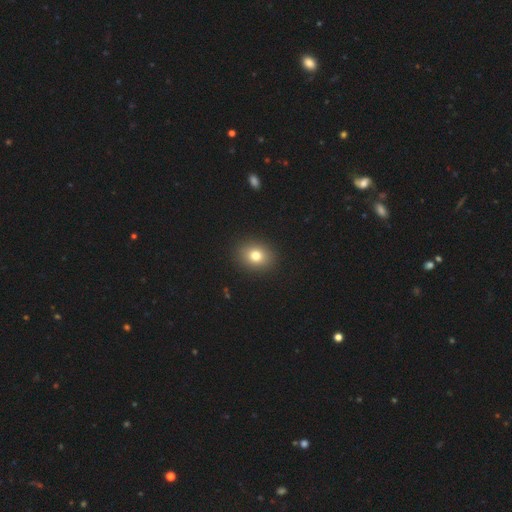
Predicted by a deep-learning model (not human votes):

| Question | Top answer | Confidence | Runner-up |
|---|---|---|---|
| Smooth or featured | smooth | 78% | star or artifact (12%) |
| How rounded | round | 58% | in between (41%) |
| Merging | none | 91% | minor disturbance (6%) |